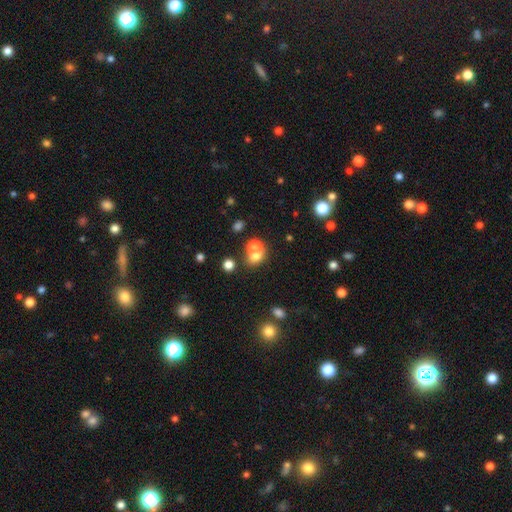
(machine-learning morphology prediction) Smooth or featured: smooth — 69% (star or artifact — 16%)
How rounded: round — 63% (in between — 36%)
Merging: merger — 53% (none — 35%)